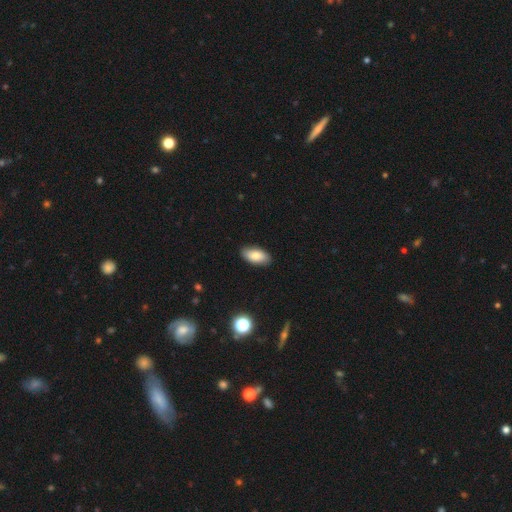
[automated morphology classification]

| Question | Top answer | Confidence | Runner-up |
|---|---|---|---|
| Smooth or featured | smooth | 81% | featured or disk (12%) |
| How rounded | in between | 93% | cigar-shaped (5%) |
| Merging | none | 88% | minor disturbance (9%) |